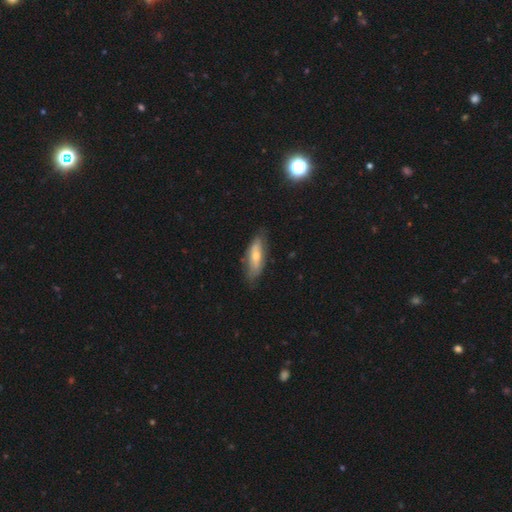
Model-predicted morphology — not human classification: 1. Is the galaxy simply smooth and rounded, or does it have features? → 53% smooth, 41% featured or disk, 6% star or artifact.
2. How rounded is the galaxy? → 65% in between, 33% cigar-shaped, 3% round.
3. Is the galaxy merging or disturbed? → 71% none, 22% minor disturbance, 5% major disturbance, 2% merger.